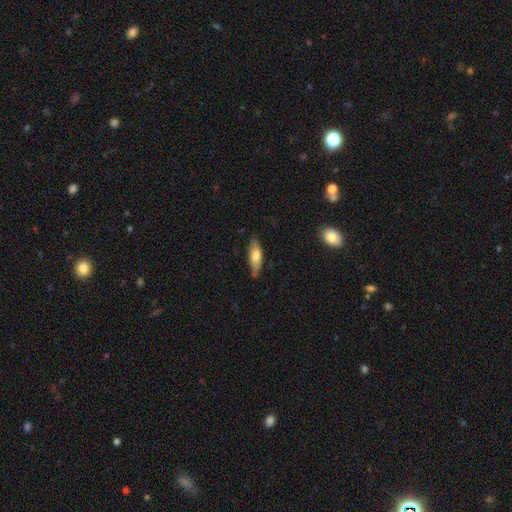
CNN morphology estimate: A smooth galaxy with no disk features (69%) that is in between round and cigar-shaped (59%). Merging: none (73%).